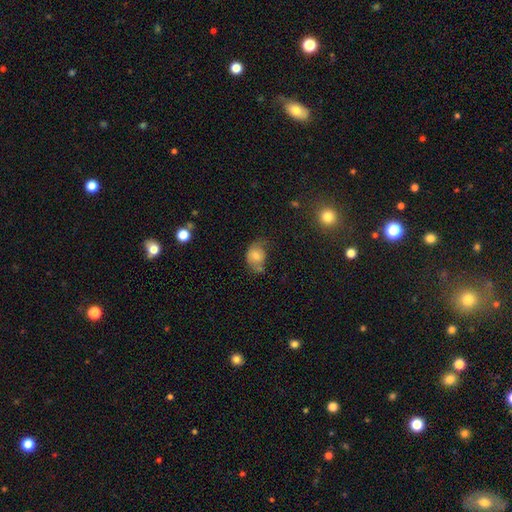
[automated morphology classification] This is likely a smooth galaxy (63%). How rounded: likely in between (63%). Merging: marginally none (40%).